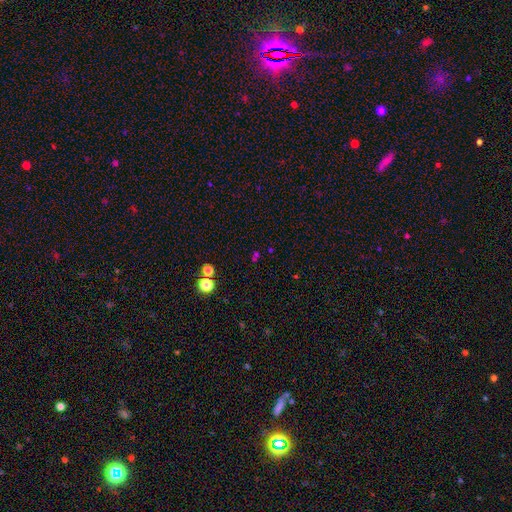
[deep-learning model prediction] Smooth or featured?
  - star or artifact: 48% *
  - smooth: 43%
  - featured or disk: 8%